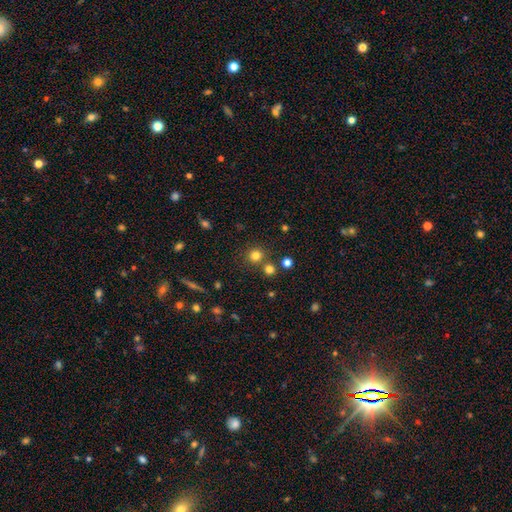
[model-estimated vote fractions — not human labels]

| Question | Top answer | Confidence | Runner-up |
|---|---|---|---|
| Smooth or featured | smooth | 78% | star or artifact (16%) |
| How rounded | round | 92% | in between (7%) |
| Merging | none | 75% | merger (14%) |